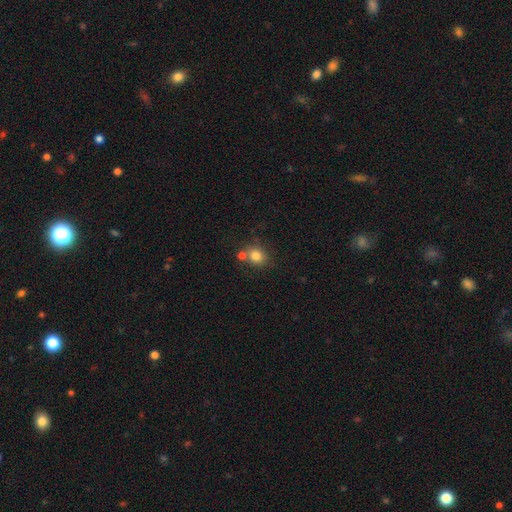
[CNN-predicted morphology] This appears to be a smooth galaxy with no disk features (80%) that is round (71%). Merging: none (62%).